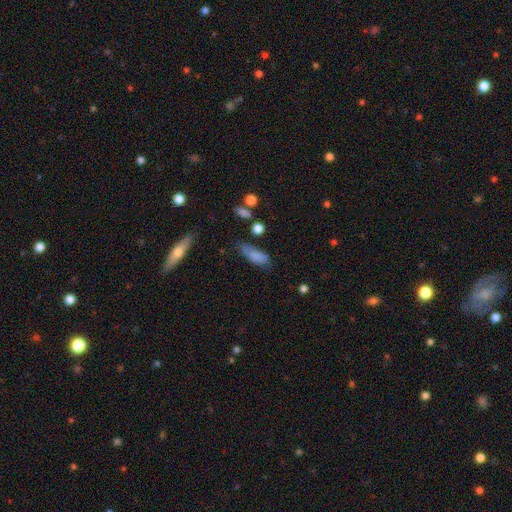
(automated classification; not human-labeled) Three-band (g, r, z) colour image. It shows a smooth galaxy with no disk features (79%) that is in between round and cigar-shaped (64%). Merging: none (48%).